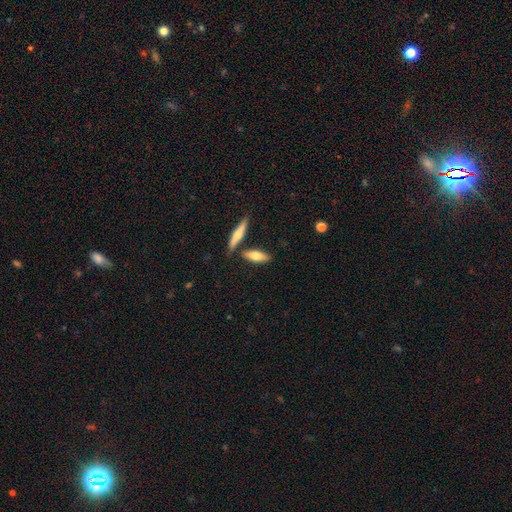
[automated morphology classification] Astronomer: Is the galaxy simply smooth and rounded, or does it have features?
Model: smooth — 66%.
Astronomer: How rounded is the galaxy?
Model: in between — 55% (runner-up: cigar-shaped, 42%).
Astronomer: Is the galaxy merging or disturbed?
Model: none — 72%.